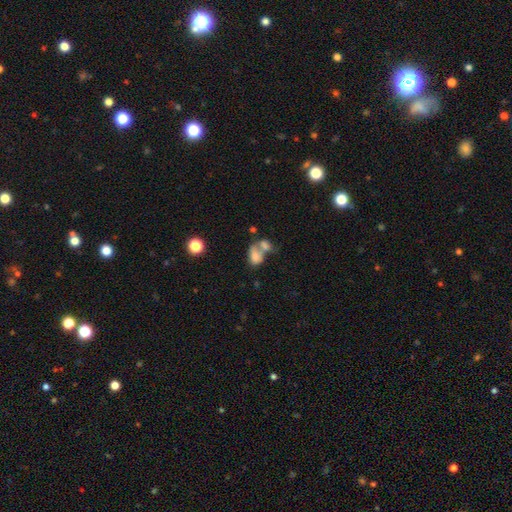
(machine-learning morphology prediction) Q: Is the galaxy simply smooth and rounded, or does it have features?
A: smooth — 71%.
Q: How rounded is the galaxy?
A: in between — 82%.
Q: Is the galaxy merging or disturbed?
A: merger — 65%.